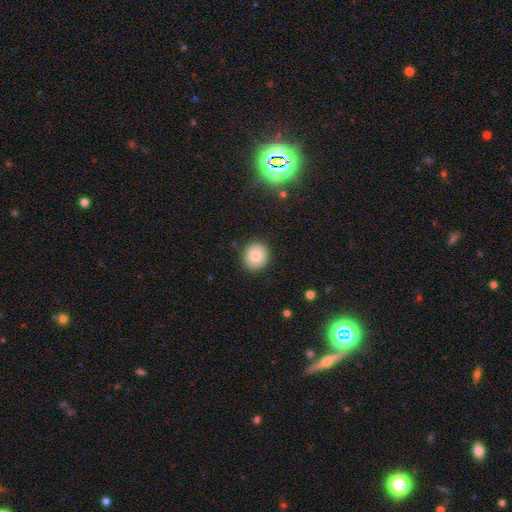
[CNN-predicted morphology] The model was most divided on "smooth or featured": smooth: 80%, featured or disk: 11%, star or artifact: 9%. More confident: merging — none (90%); how rounded — round (86%).